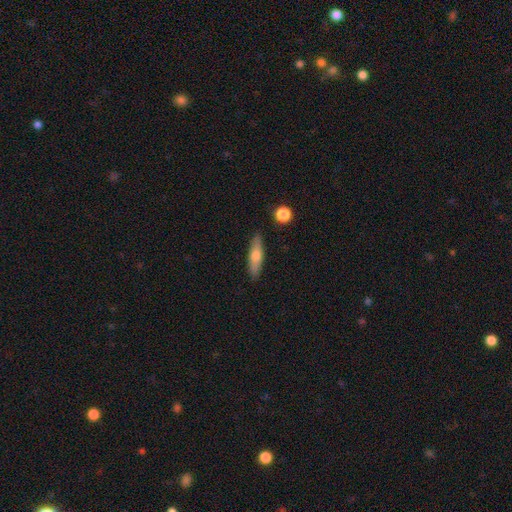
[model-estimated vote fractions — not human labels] Smooth or featured? smooth (59%)
How rounded? cigar-shaped (65%)
Merging? none (87%)